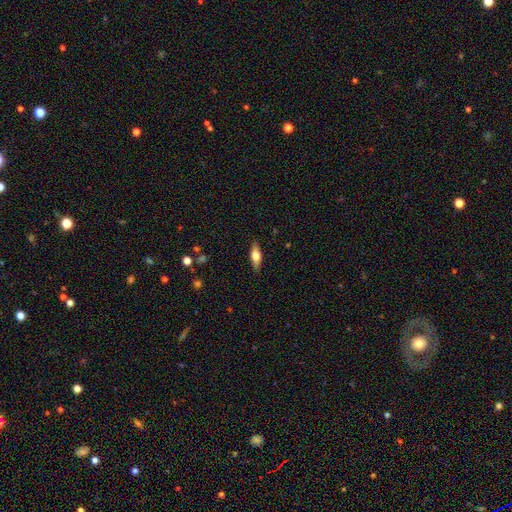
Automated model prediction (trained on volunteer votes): This appears to be a smooth galaxy with no disk features (49%). Merging: none (87%).